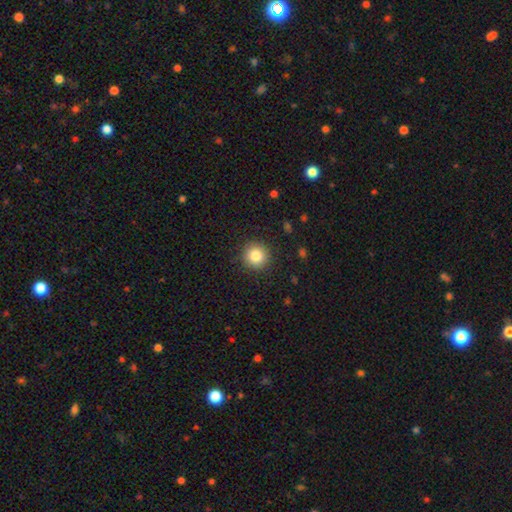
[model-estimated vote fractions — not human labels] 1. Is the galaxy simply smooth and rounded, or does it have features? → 83% smooth, 10% star or artifact, 6% featured or disk.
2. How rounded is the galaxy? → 94% round, 5% in between, 1% cigar-shaped.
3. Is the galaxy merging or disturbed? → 90% none, 6% minor disturbance, 2% major disturbance, 1% merger.